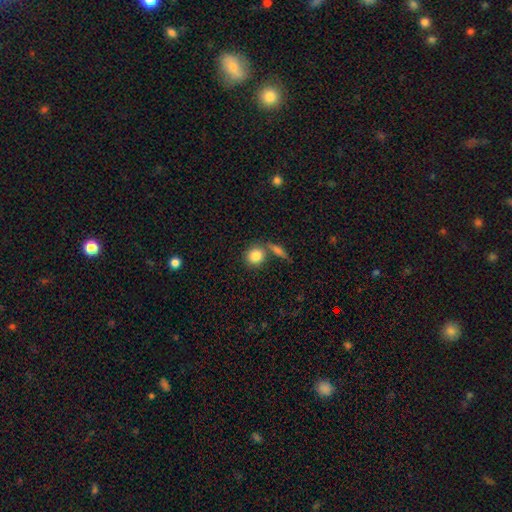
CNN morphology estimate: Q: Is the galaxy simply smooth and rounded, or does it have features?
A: smooth — 83%.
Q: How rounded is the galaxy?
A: round — 79%.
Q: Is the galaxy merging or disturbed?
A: none — 63%.